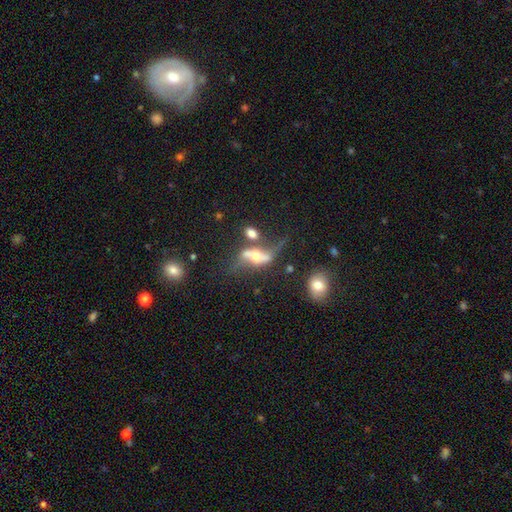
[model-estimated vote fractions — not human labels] Smooth or featured: featured or disk — 69% (smooth — 22%)
Edge-on disk: no — 80% (yes — 20%)
Bar: no — 45% (strong — 27%)
Spiral arms: yes — 71% (no — 29%)
Bulge size: moderate — 54% (small — 24%)
Merging: none — 33% (merger — 32%)